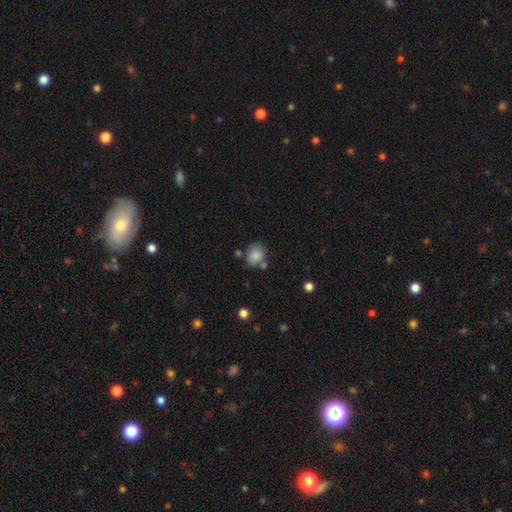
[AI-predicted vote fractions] This is clearly a smooth galaxy (83%). How rounded: possibly round (53%). Merging: likely none (64%).